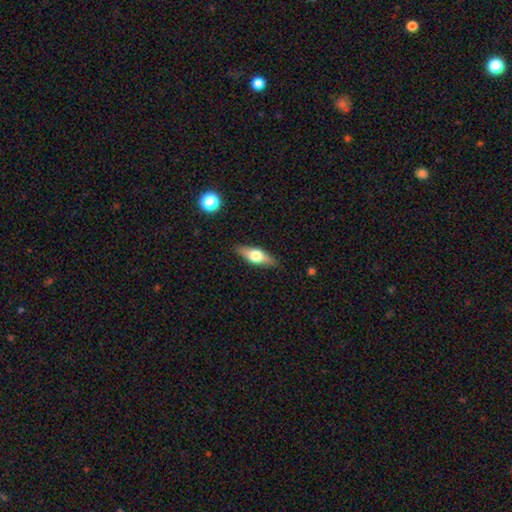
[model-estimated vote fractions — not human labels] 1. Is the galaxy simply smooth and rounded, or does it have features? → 47% featured or disk, 46% smooth, 7% star or artifact.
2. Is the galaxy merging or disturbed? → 86% none, 11% minor disturbance, 2% major disturbance, 1% merger.